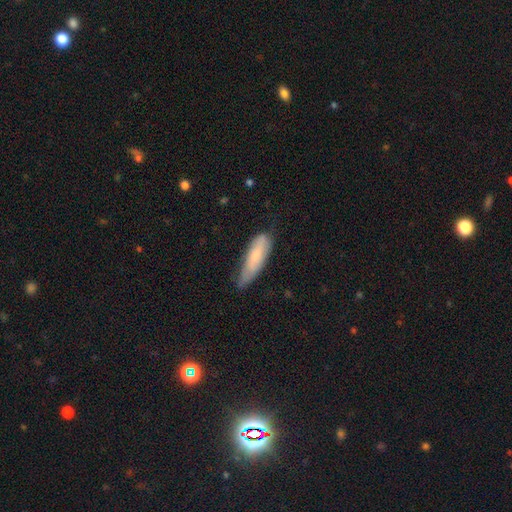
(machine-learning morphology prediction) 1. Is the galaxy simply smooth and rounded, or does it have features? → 74% smooth, 20% featured or disk, 6% star or artifact.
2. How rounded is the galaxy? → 55% cigar-shaped, 43% in between, 2% round.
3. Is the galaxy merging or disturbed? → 49% none, 39% minor disturbance, 9% major disturbance, 2% merger.